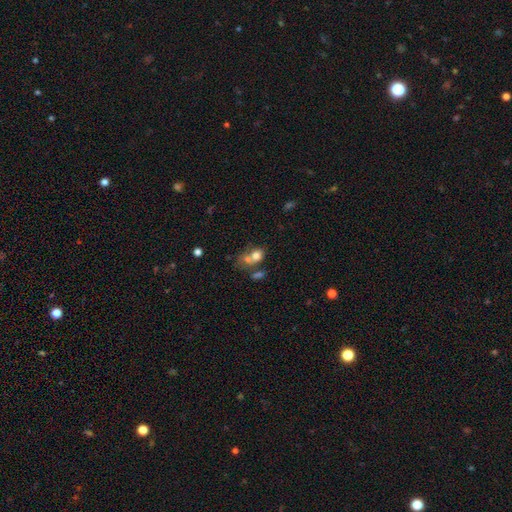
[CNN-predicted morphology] A smooth galaxy with no disk features (70%) that is round (50%). Merging: merger (49%).